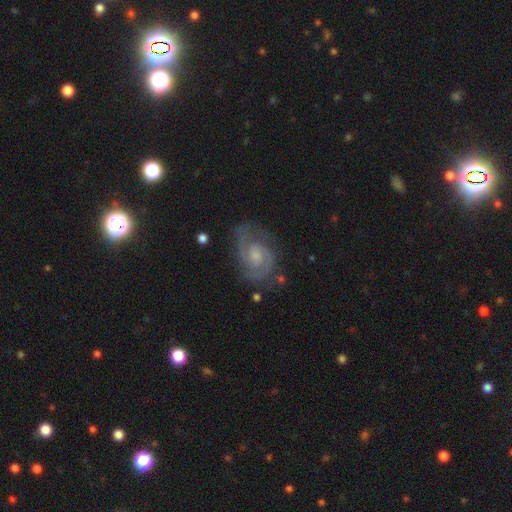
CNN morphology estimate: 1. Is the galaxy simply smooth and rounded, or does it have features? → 87% featured or disk, 7% smooth, 6% star or artifact.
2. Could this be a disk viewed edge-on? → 98% no, 2% yes.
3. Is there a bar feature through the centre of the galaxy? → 58% no, 37% weak, 5% strong.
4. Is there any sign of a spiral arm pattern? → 97% yes, 3% no.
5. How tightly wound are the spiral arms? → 48% medium, 43% tight, 10% loose.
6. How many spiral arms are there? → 87% 2, 5% can't tell, 4% 3, 2% 1, 1% 4, 1% more than 4.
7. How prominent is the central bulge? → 43% moderate, 38% small, 11% none, 7% large, 1% dominant.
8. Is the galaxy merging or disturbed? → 75% none, 16% minor disturbance, 7% major disturbance, 2% merger.